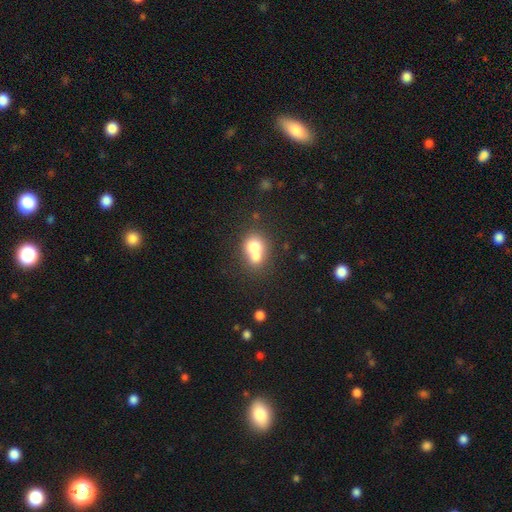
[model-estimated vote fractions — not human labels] This is likely a smooth galaxy (69%). How rounded: likely round (63%). Merging: likely merger (63%).